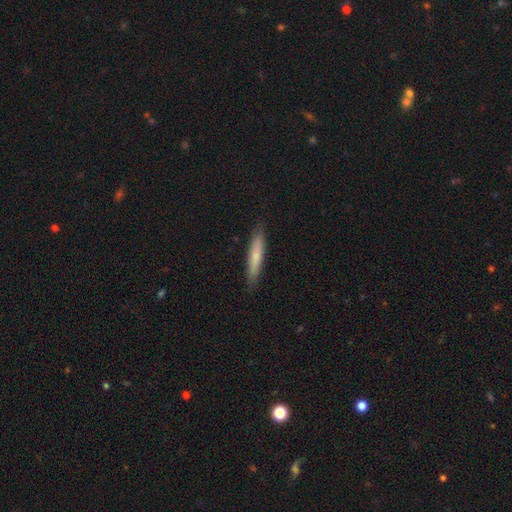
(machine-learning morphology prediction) This appears to be a smooth galaxy with no disk features (74%) that is cigar-shaped (92%). Merging: none (89%).